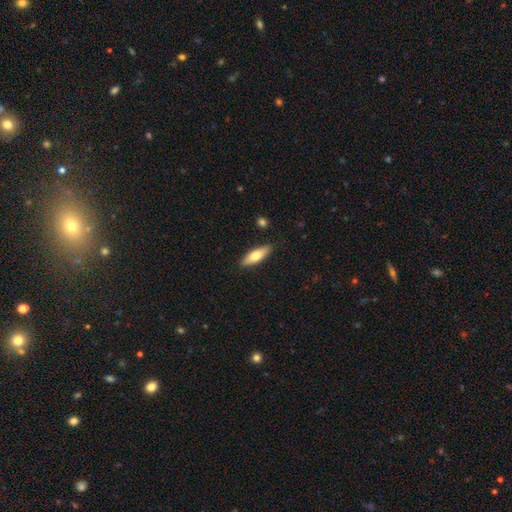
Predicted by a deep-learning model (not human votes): Q: Smooth or featured?
A: smooth (67%); runner-up: featured or disk (27%)
Q: How rounded?
A: in between (52%); runner-up: cigar-shaped (46%)
Q: Merging?
A: none (88%); runner-up: minor disturbance (9%)